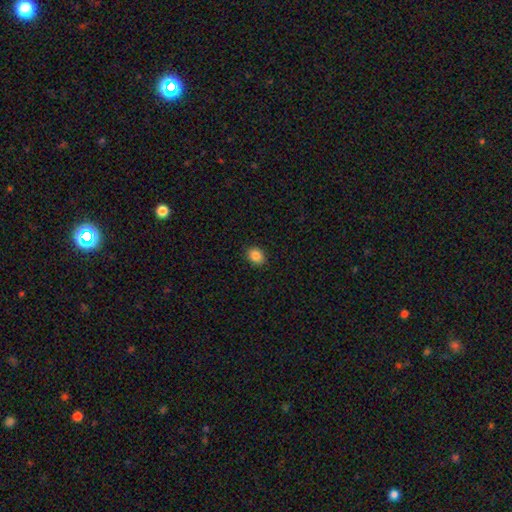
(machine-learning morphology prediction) Smooth or featured? Predicted: smooth (p=0.86). How rounded? Predicted: in between (p=0.56). Merging? Predicted: none (p=0.90).